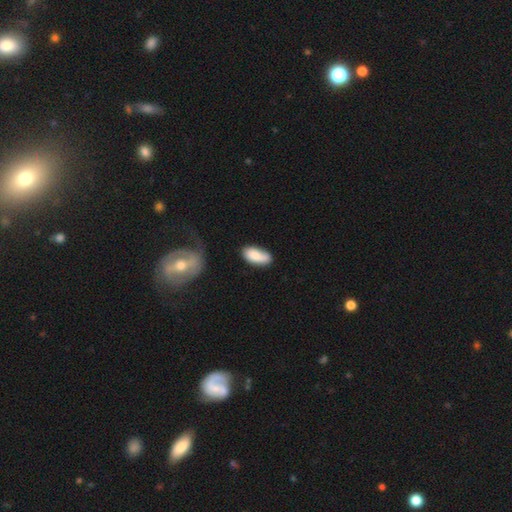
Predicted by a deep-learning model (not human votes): A smooth galaxy with no disk features (79%) that is in between round and cigar-shaped (90%).

Vote fractions:
- Smooth or featured? smooth: 79% / featured or disk: 15% / star or artifact: 6%
- How rounded? in between: 90% / cigar-shaped: 7% / round: 3%
- Merging? none: 64% / minor disturbance: 25% / merger: 6% / major disturbance: 5%